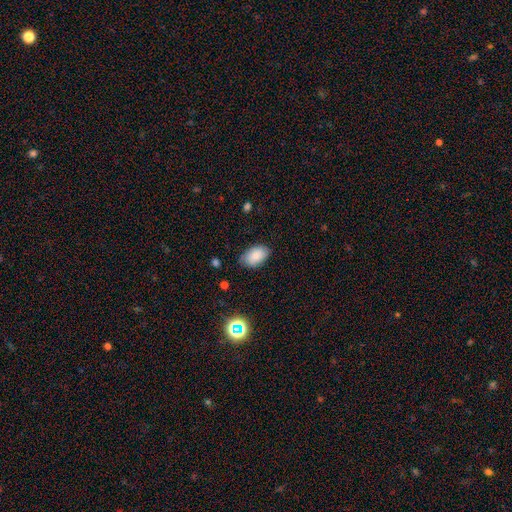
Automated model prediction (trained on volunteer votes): This appears to be a smooth galaxy with no disk features (85%) that is in between round and cigar-shaped (92%). Merging: none (76%).